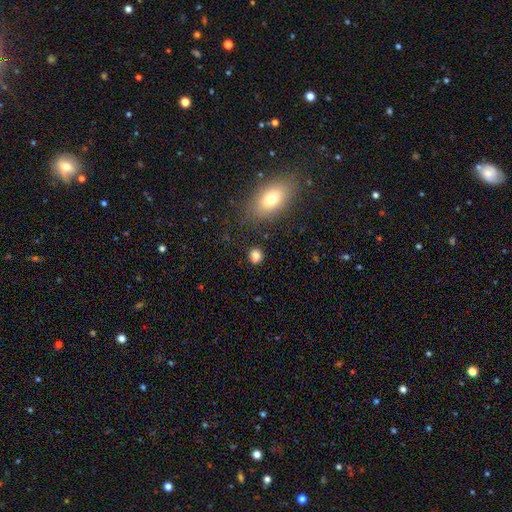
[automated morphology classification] Smooth or featured? smooth (79%)
How rounded? round (79%)
Merging? none (72%)